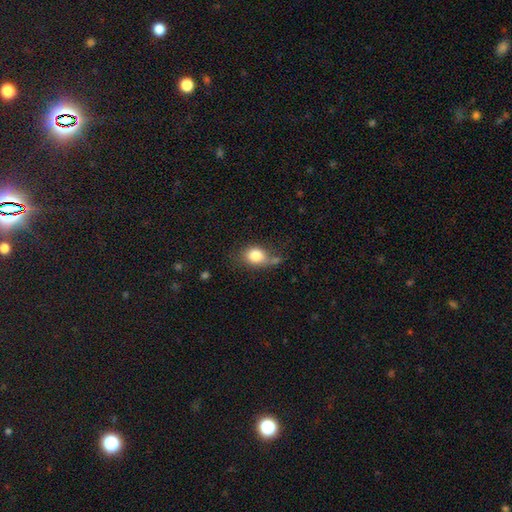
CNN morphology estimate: The model was most divided on "how rounded": in between: 51%, round: 48%, cigar-shaped: 1%. Remaining: smooth or featured — smooth (81%); merging — none (46%).